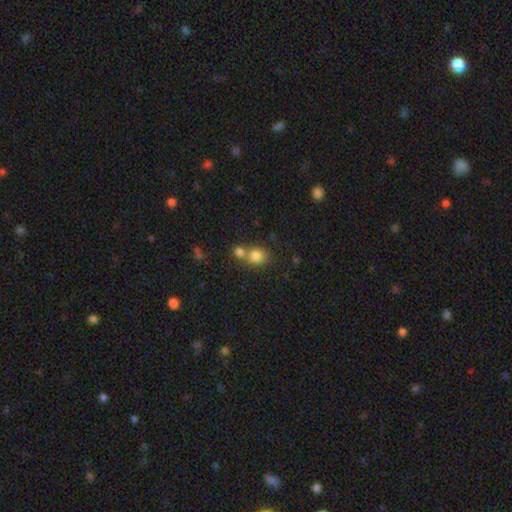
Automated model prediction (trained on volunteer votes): Q: Smooth or featured?
A: smooth (80%); runner-up: star or artifact (11%)
Q: How rounded?
A: round (76%); runner-up: in between (23%)
Q: Merging?
A: merger (47%); runner-up: none (42%)